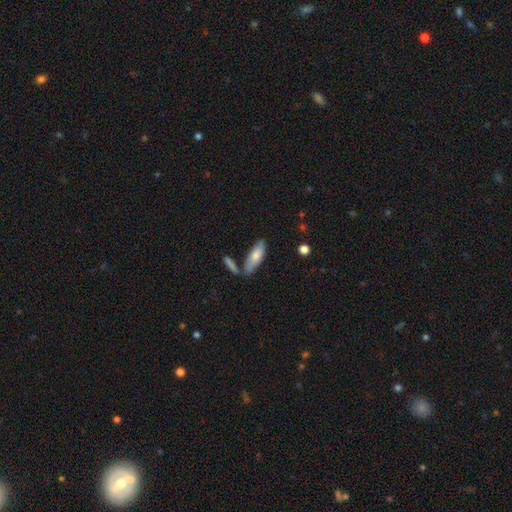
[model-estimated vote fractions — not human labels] Smooth or featured? Predicted: smooth (p=0.75). How rounded? Predicted: in between (p=0.59). Merging? Predicted: none (p=0.68).